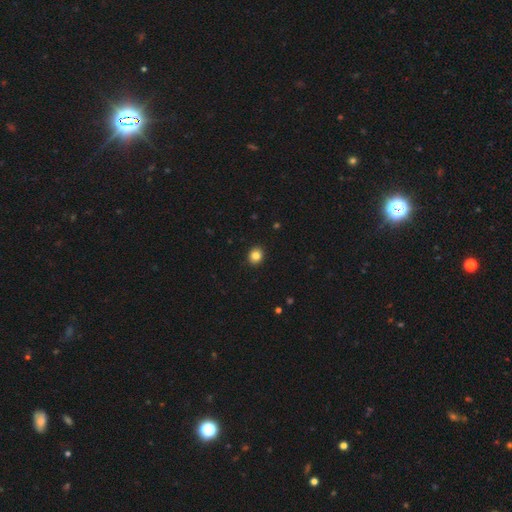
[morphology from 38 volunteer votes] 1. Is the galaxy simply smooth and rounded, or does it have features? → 89% smooth, 8% star or artifact, 3% featured or disk.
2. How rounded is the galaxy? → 76% round, 24% in between, 0% cigar-shaped.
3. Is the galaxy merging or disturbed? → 91% none, 6% minor disturbance, 3% major disturbance, 0% merger.